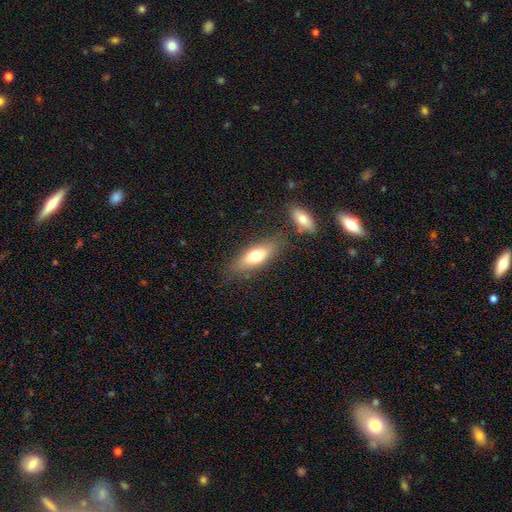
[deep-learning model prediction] smooth 70%, featured or disk 23%, star or artifact 7%. Down the decision tree: how rounded — in between (66%); merging — none (74%).